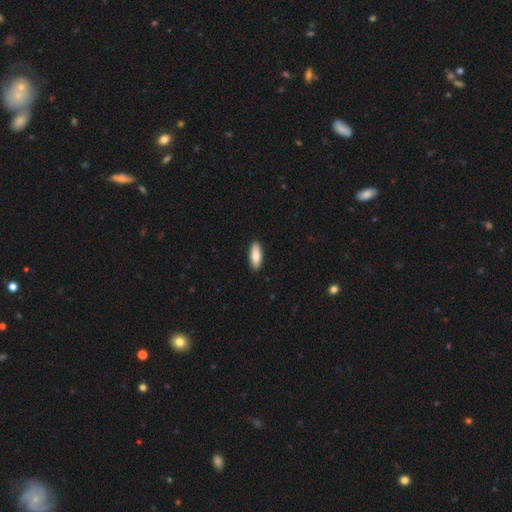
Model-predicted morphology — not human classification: A smooth galaxy with no disk features (80%) that is in between round and cigar-shaped (68%). Merging: none (91%).